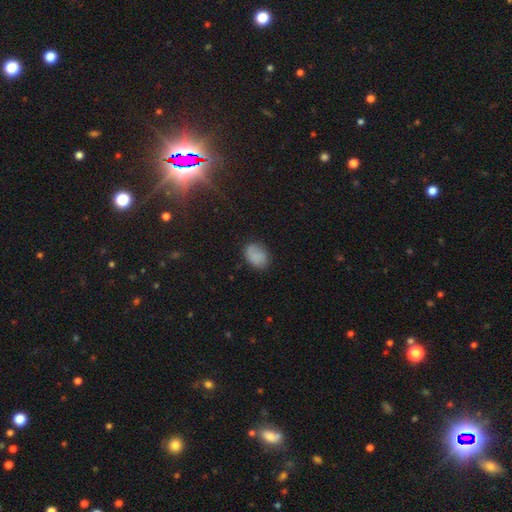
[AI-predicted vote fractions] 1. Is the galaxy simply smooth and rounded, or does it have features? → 81% smooth, 10% featured or disk, 9% star or artifact.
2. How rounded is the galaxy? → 73% in between, 26% round, 1% cigar-shaped.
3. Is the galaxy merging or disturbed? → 74% none, 19% minor disturbance, 5% major disturbance, 2% merger.